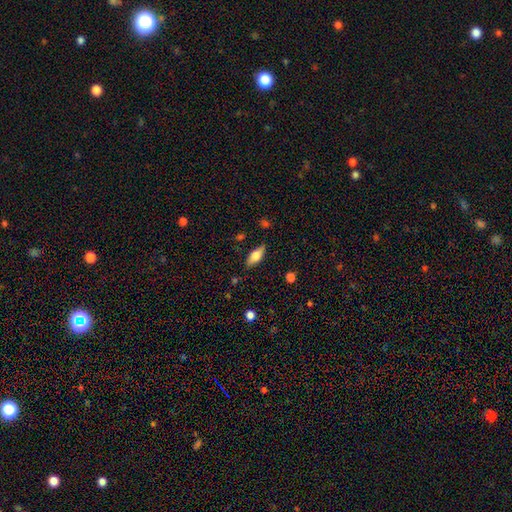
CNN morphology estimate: Smooth or featured: smooth — 63% (featured or disk — 30%)
How rounded: in between — 76% (cigar-shaped — 21%)
Merging: none — 82% (minor disturbance — 13%)